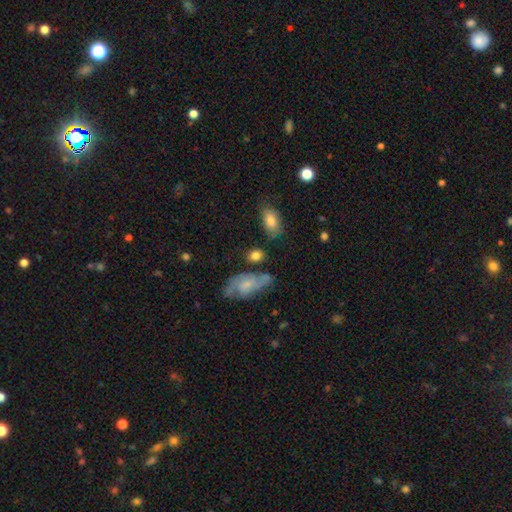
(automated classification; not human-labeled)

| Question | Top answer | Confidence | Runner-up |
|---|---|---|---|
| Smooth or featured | smooth | 74% | featured or disk (17%) |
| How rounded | in between | 67% | round (29%) |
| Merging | none | 58% | minor disturbance (20%) |